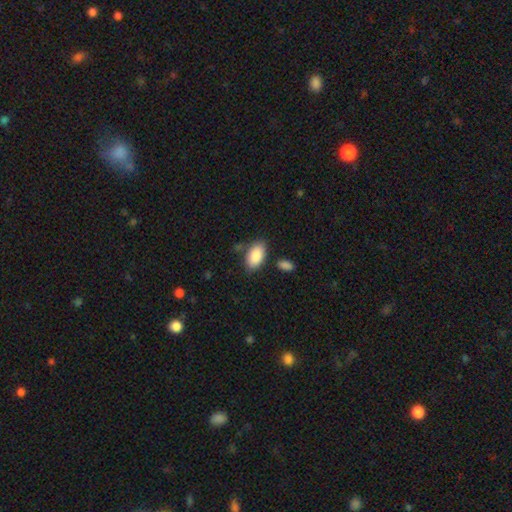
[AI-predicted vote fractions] Q: Smooth or featured?
A: smooth (87%); runner-up: featured or disk (7%)
Q: How rounded?
A: in between (94%); runner-up: round (4%)
Q: Merging?
A: none (74%); runner-up: minor disturbance (16%)